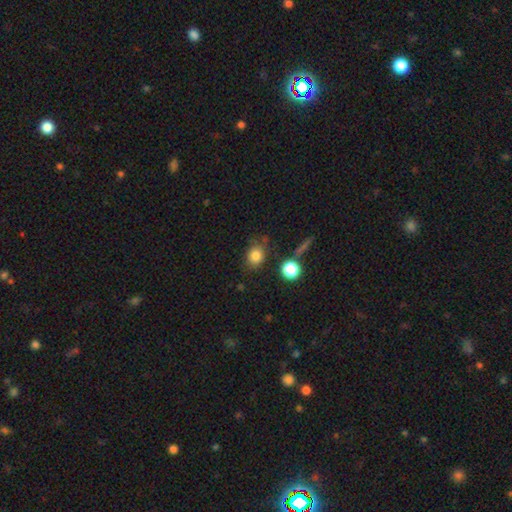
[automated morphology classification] This appears to be a smooth galaxy with no disk features (81%) that is round (60%). Merging: none (73%).